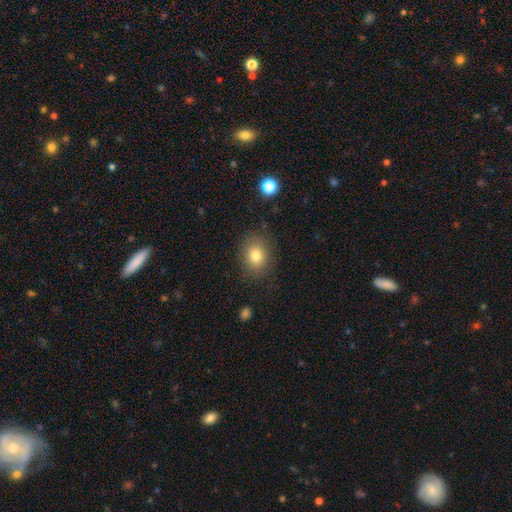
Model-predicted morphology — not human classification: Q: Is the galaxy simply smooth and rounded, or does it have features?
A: smooth — 79%.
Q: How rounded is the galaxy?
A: round — 56%.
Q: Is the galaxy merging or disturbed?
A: none — 84%.